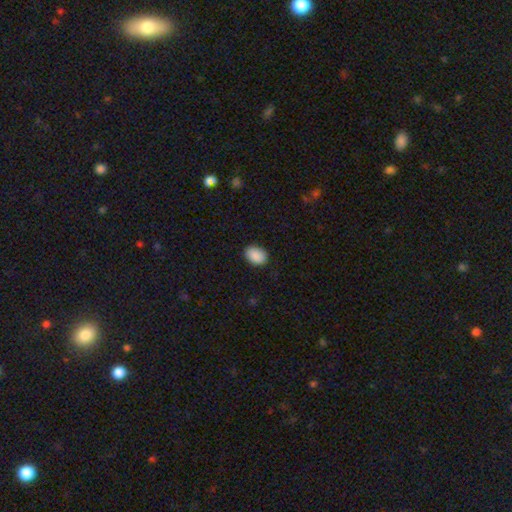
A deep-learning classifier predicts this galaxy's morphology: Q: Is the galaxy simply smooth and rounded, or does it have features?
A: smooth — 90%.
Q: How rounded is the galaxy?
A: in between — 78%.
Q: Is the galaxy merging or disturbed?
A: none — 87%.